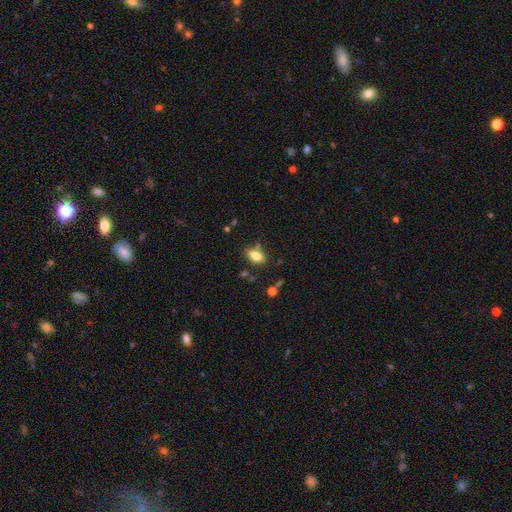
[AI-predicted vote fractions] A smooth galaxy with no disk features (79%) that is in between round and cigar-shaped (88%). Merging: none (74%).